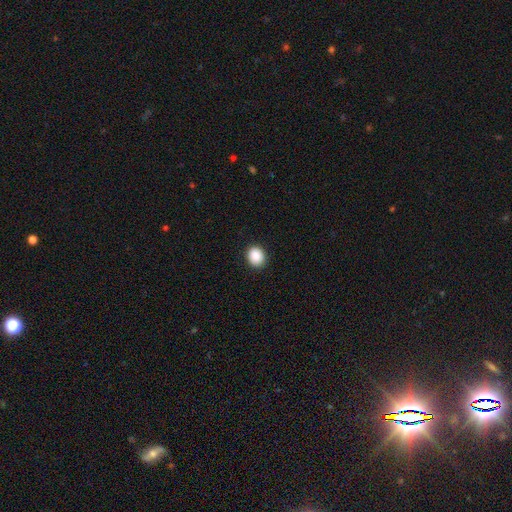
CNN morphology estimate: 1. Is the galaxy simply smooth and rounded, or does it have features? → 89% smooth, 8% star or artifact, 3% featured or disk.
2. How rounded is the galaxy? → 67% round, 33% in between, 1% cigar-shaped.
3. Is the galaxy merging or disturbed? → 90% none, 7% minor disturbance, 2% major disturbance, 1% merger.